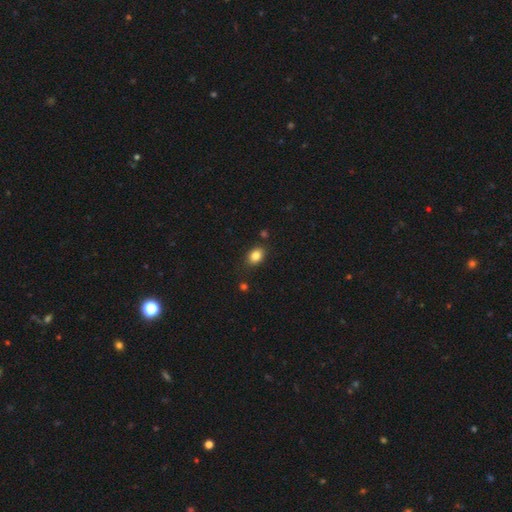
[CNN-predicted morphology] A smooth galaxy with no disk features (85%) that is in between round and cigar-shaped (71%). Merging: none (82%).